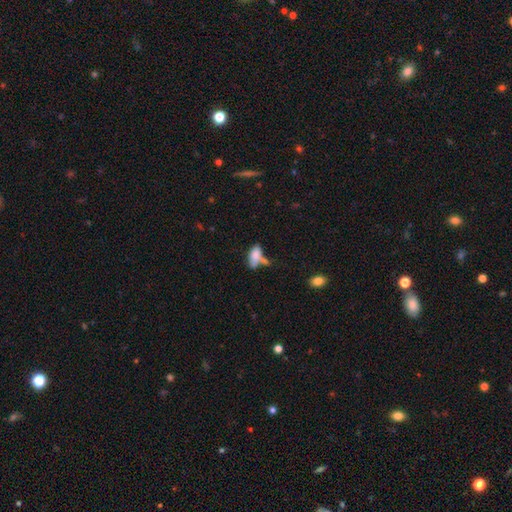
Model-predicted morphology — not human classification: smooth_or_featured: smooth (p=0.78) [alt: featured or disk p=0.13]
how_rounded: in between (p=0.87) [alt: cigar-shaped p=0.09]
merging: none (p=0.36) [alt: merger p=0.32]